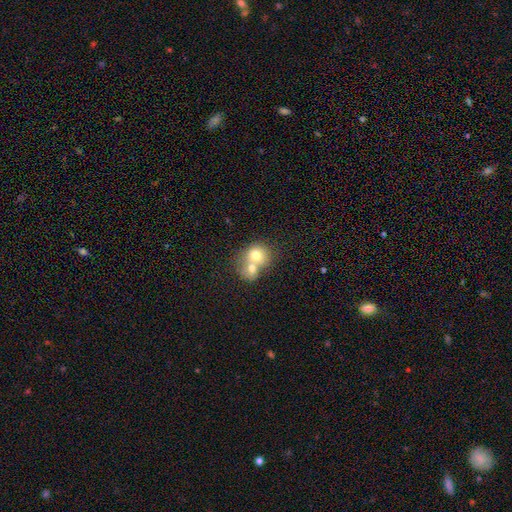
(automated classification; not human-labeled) smooth_or_featured: smooth (p=0.70) [alt: featured or disk p=0.21]
how_rounded: round (p=0.70) [alt: in between p=0.29]
merging: merger (p=0.71) [alt: none p=0.21]